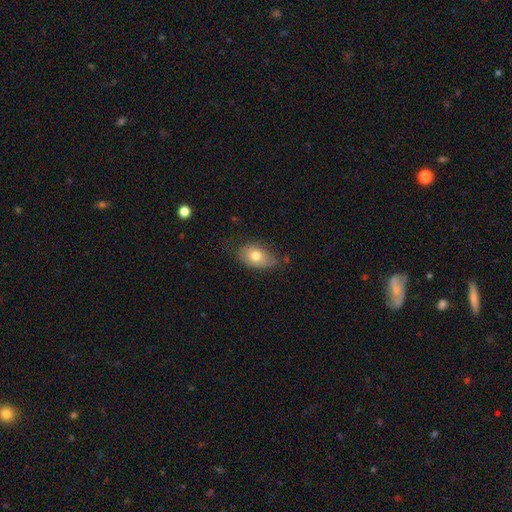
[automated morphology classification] smooth_or_featured: smooth (p=0.73) [alt: featured or disk p=0.20]
how_rounded: in between (p=0.85) [alt: round p=0.13]
merging: none (p=0.58) [alt: minor disturbance p=0.32]